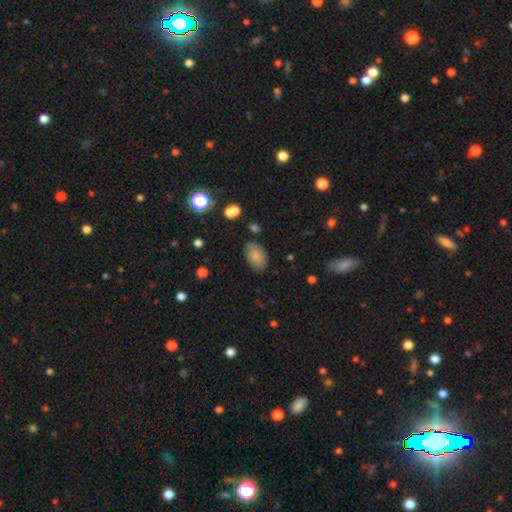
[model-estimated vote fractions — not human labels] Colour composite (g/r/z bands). It shows a smooth galaxy with no disk features (82%) that is in between round and cigar-shaped (89%). Merging: none (80%).